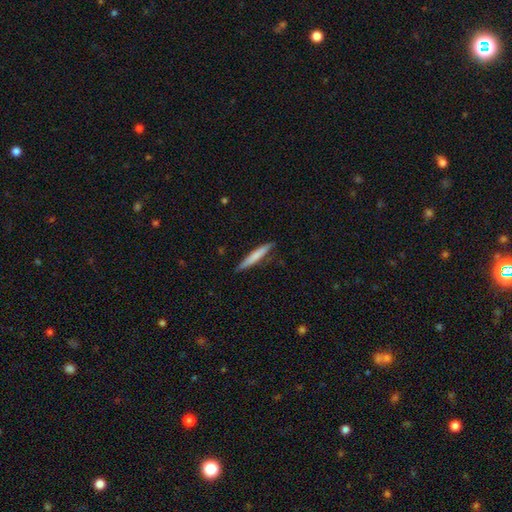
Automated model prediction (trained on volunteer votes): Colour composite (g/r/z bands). It shows a smooth galaxy with no disk features (68%) that is cigar-shaped (95%). Merging: none (86%).